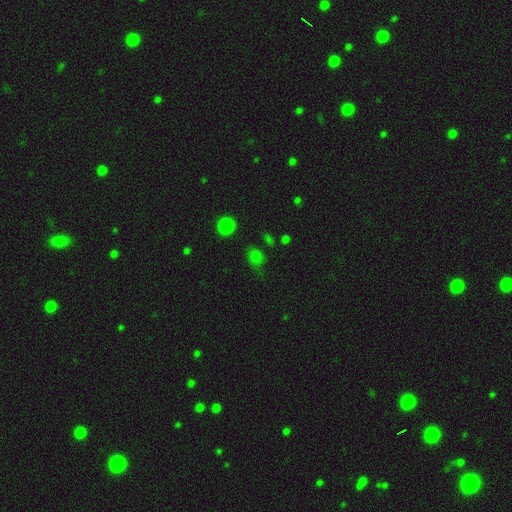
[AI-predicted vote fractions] A smooth galaxy with no disk features (71%) that is round (66%). Merging: none (68%).